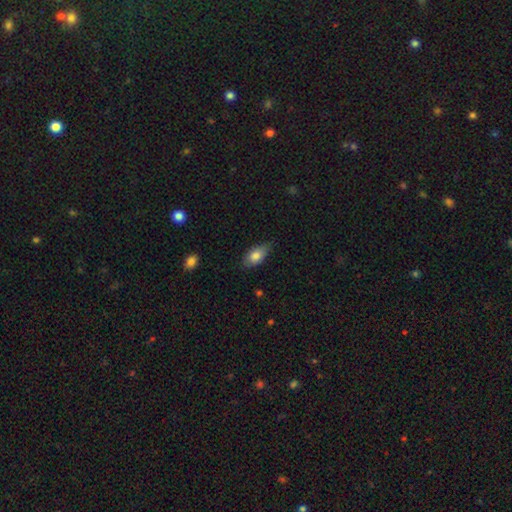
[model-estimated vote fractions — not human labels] smooth_or_featured: smooth (p=0.80) [alt: featured or disk p=0.13]
how_rounded: in between (p=0.89) [alt: cigar-shaped p=0.05]
merging: none (p=0.67) [alt: minor disturbance p=0.27]